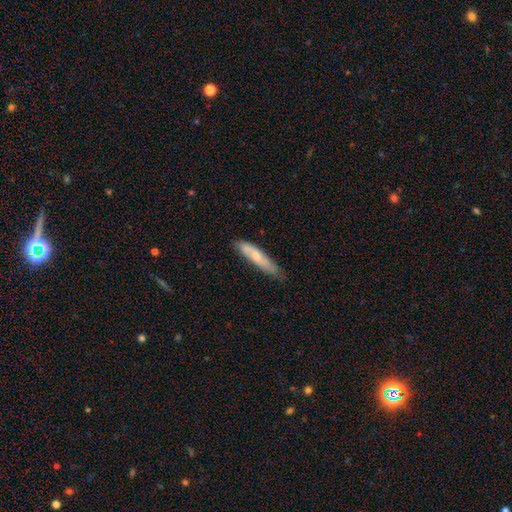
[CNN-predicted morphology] smooth-or-featured: smooth: 60% | featured or disk: 34% | star or artifact: 6%
  how-rounded: cigar-shaped: 82% | in between: 16% | round: 1%
  merging: none: 68% | minor disturbance: 25% | major disturbance: 4% | merger: 2%